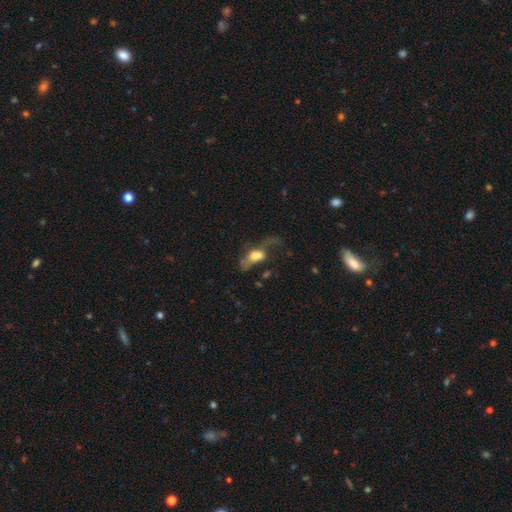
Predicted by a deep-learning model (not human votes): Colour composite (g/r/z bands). It shows a smooth galaxy with no disk features (48%). Merging: major disturbance (57%).